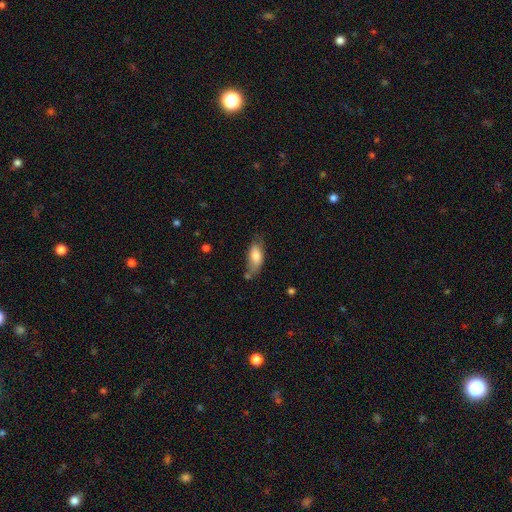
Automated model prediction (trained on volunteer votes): A smooth galaxy with no disk features (77%) that is in between round and cigar-shaped (84%).

Vote fractions:
- Smooth or featured? smooth: 77% / featured or disk: 16% / star or artifact: 7%
- How rounded? in between: 84% / cigar-shaped: 13% / round: 3%
- Merging? none: 54% / minor disturbance: 29% / merger: 9% / major disturbance: 9%